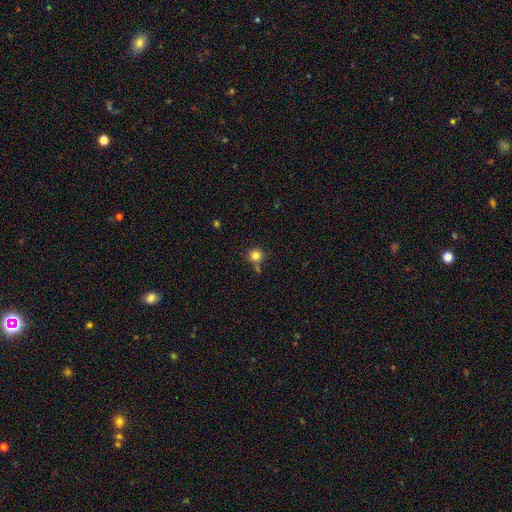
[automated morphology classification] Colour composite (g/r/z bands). It shows a smooth galaxy with no disk features (82%) that is round (92%). Merging: none (73%).